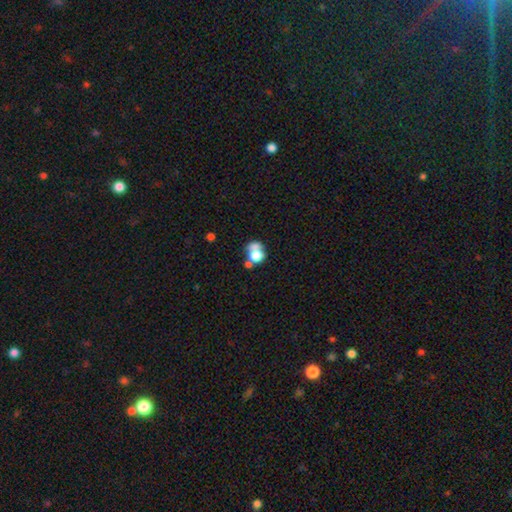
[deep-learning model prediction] smooth 66%, featured or disk 21%, star or artifact 13%. Down the decision tree: how rounded — round (59%); merging — merger (52%).